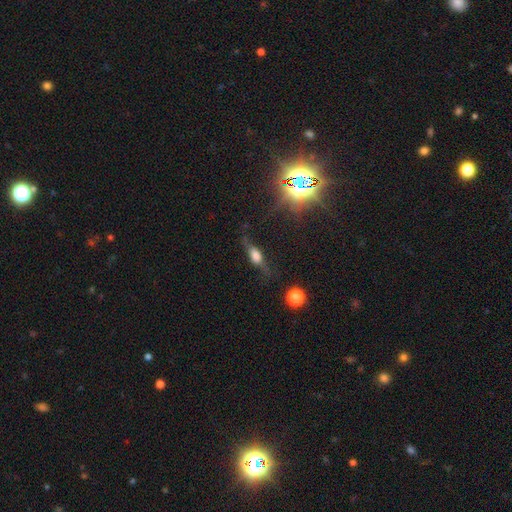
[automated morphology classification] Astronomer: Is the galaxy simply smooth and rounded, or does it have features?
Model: smooth — 43%, tied with featured or disk at 43%.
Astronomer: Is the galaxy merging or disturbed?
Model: none — 62%.